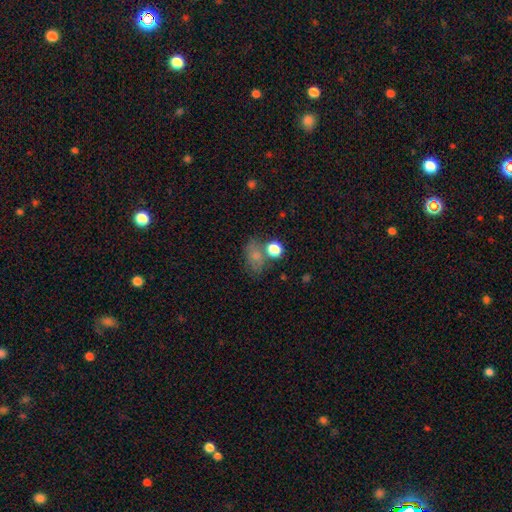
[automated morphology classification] This appears to be a smooth galaxy with no disk features (70%) that is in between round and cigar-shaped (68%). Merging: none (53%).